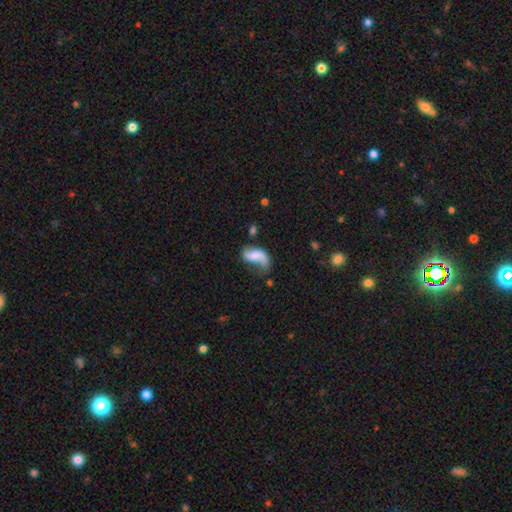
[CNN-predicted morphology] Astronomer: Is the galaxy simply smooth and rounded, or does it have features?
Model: smooth — 46% (runner-up: featured or disk, 45%).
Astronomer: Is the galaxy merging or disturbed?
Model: major disturbance — 33% (runner-up: none, 30%).